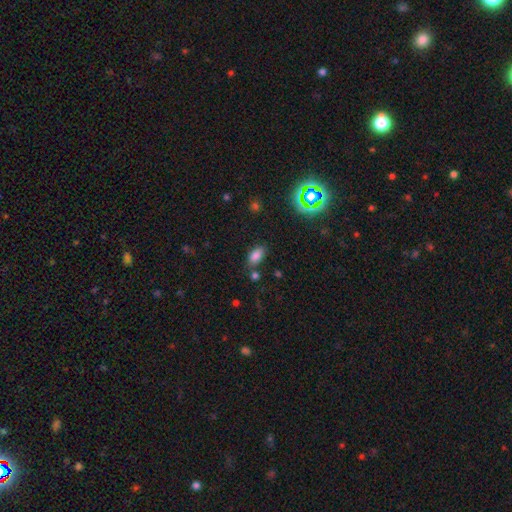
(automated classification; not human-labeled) Smooth or featured: smooth — 80% (star or artifact — 14%)
How rounded: in between — 91% (round — 6%)
Merging: none — 73% (minor disturbance — 14%)